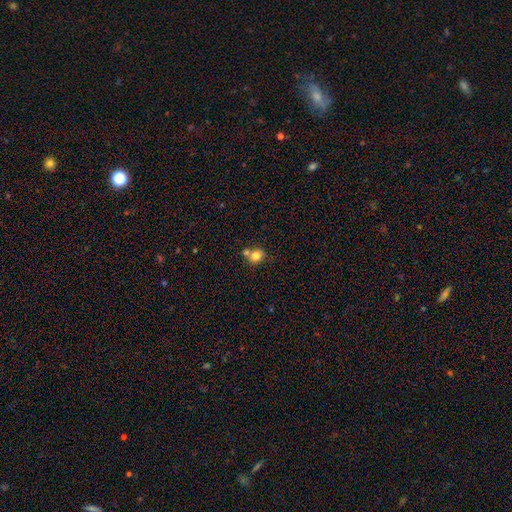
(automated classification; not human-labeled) A smooth galaxy with no disk features (80%) that is round (61%). Merging: none (50%).